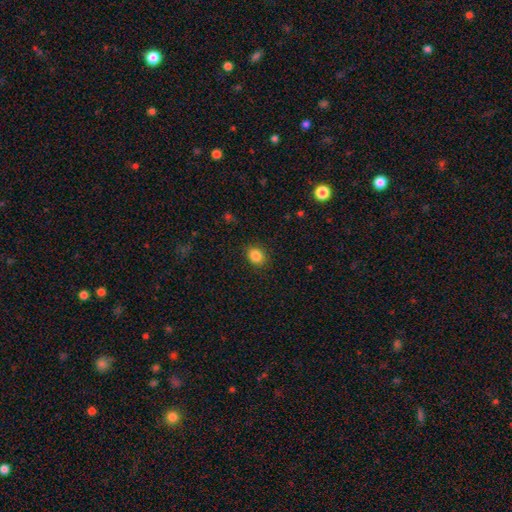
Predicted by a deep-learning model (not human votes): Q: Smooth or featured?
A: smooth (86%); runner-up: star or artifact (10%)
Q: How rounded?
A: round (56%); runner-up: in between (43%)
Q: Merging?
A: none (88%); runner-up: minor disturbance (9%)